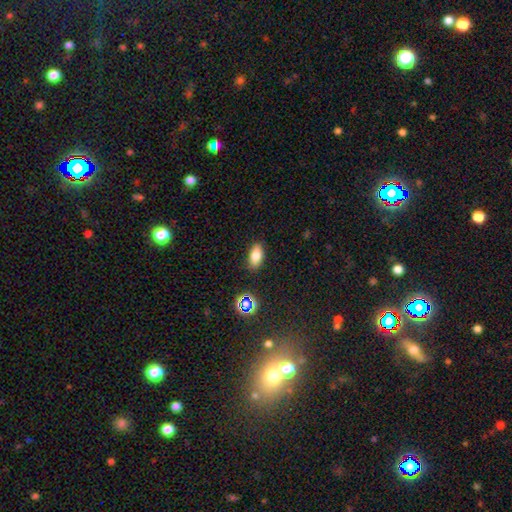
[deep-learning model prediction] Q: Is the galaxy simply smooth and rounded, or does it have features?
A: smooth — 79%.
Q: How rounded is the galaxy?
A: in between — 88%.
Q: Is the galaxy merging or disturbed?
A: none — 86%.